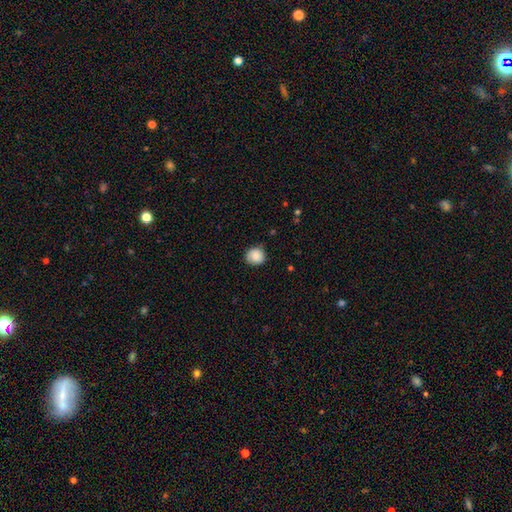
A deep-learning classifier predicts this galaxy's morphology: type=smooth (87%); roundness=round (88%); merging=none (85%).